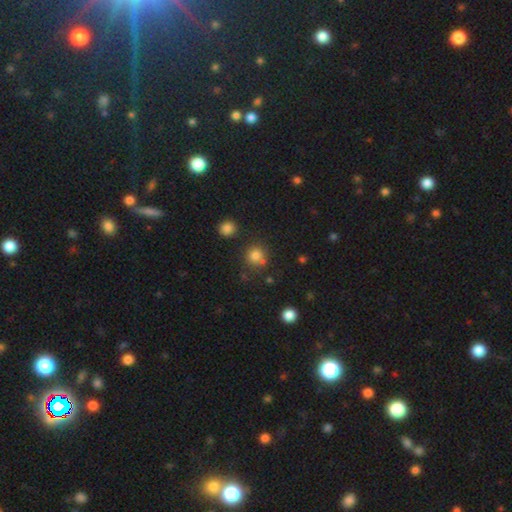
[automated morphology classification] This is likely a smooth galaxy (78%). How rounded: clearly round (88%). Merging: likely none (69%).